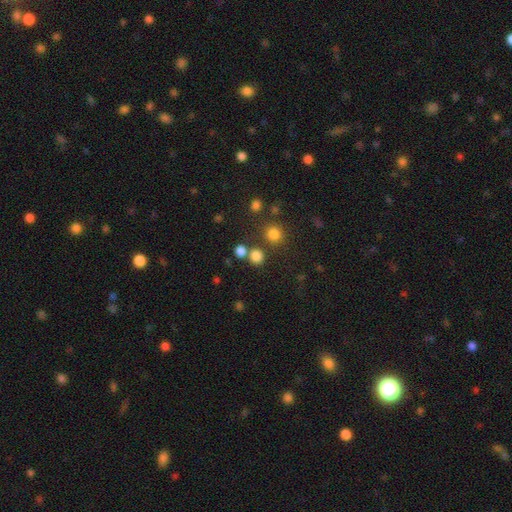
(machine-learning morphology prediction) smooth_or_featured: smooth (p=0.78) [alt: star or artifact p=0.17]
how_rounded: round (p=0.86) [alt: in between p=0.13]
merging: none (p=0.71) [alt: merger p=0.18]